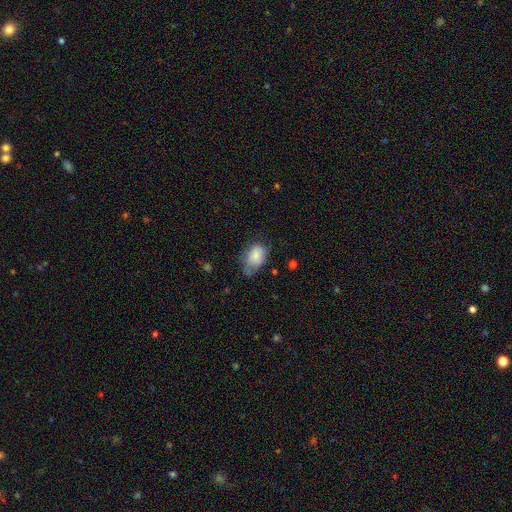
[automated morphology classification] A smooth galaxy with no disk features (80%) that is in between round and cigar-shaped (86%).

Vote fractions:
- Smooth or featured? smooth: 80% / featured or disk: 12% / star or artifact: 8%
- How rounded? in between: 86% / round: 13% / cigar-shaped: 1%
- Merging? none: 42% / minor disturbance: 40% / major disturbance: 16% / merger: 3%